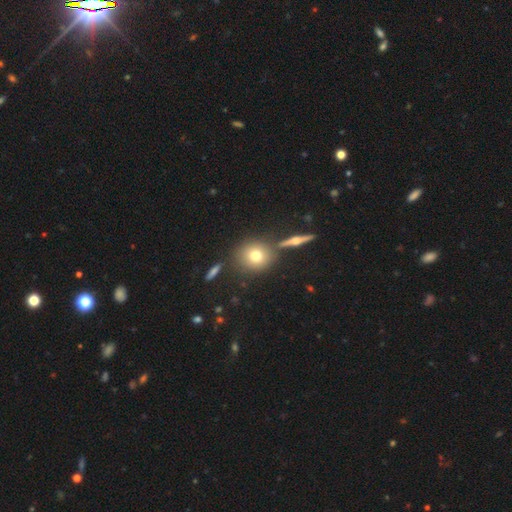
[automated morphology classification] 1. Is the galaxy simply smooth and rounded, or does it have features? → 72% smooth, 17% featured or disk, 12% star or artifact.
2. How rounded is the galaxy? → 84% round, 14% in between, 2% cigar-shaped.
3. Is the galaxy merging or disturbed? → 77% none, 10% merger, 9% minor disturbance, 3% major disturbance.